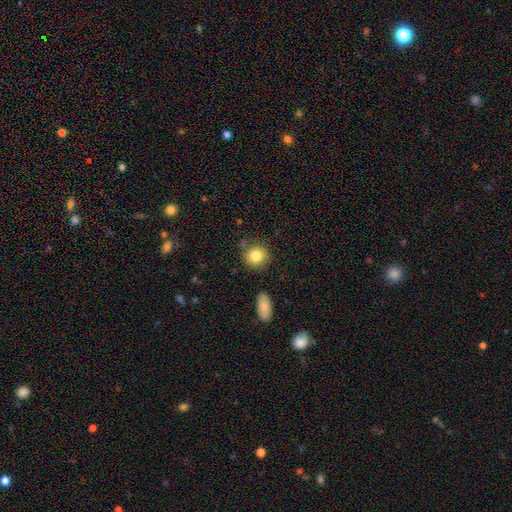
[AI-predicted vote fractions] Overall: smooth (84%). How rounded: round (87%). Merging: none (80%).